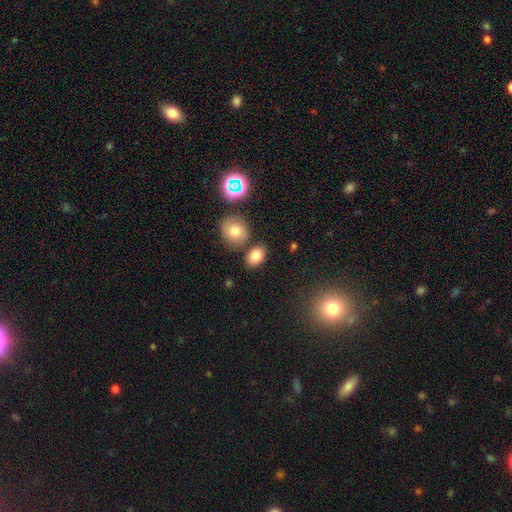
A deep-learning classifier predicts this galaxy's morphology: smooth-or-featured: smooth: 81% | star or artifact: 11% | featured or disk: 8%
  how-rounded: in between: 78% | round: 21% | cigar-shaped: 1%
  merging: none: 76% | minor disturbance: 11% | merger: 10% | major disturbance: 3%